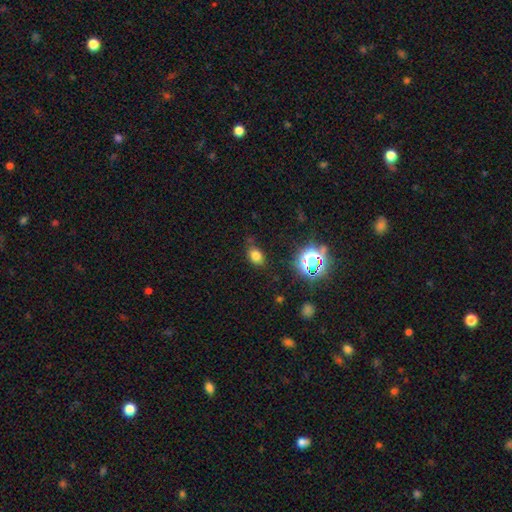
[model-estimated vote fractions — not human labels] Smooth or featured: smooth — 72% (star or artifact — 20%)
How rounded: in between — 69% (round — 30%)
Merging: none — 73% (minor disturbance — 19%)